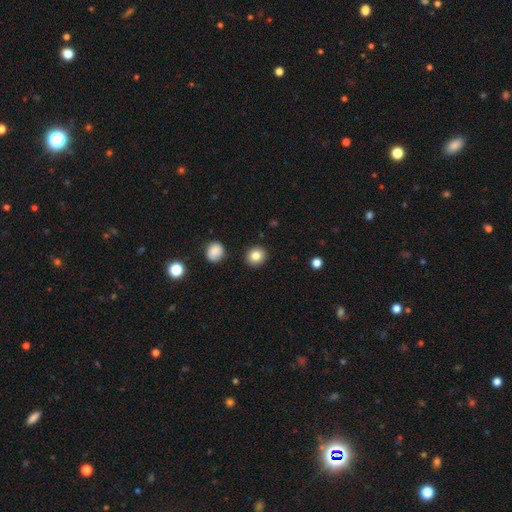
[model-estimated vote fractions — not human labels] Overall: smooth (84%). How rounded: round (86%). Merging: none (91%).